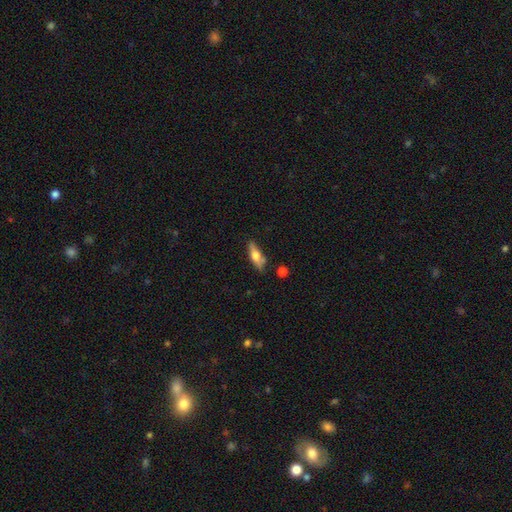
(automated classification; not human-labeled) smooth-or-featured: smooth: 54% | featured or disk: 40% | star or artifact: 6%
  how-rounded: cigar-shaped: 49% | in between: 48% | round: 3%
  merging: none: 69% | minor disturbance: 19% | merger: 7% | major disturbance: 5%